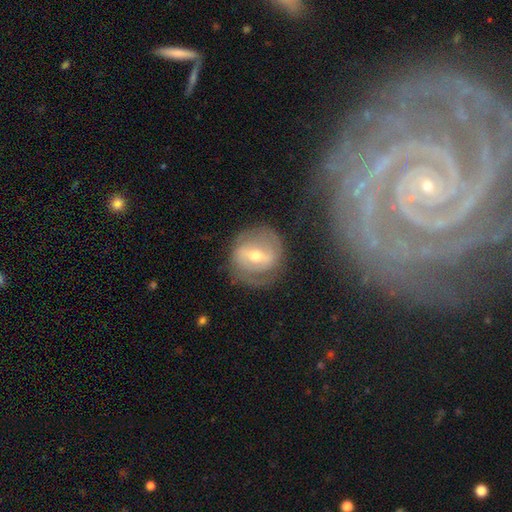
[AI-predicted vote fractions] featured or disk 72%, smooth 22%, star or artifact 6%. Down the decision tree: edge-on disk — no (95%); bar — strong (43%); spiral arms — yes (76%); spiral arm count — 2 (63%); spiral winding — tight (50%); bulge size — moderate (64%); merging — none (72%).